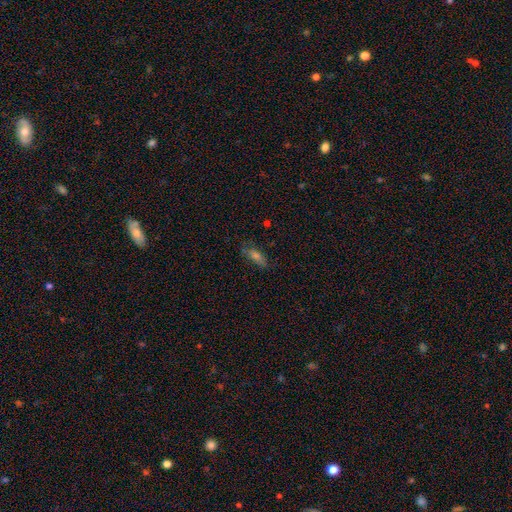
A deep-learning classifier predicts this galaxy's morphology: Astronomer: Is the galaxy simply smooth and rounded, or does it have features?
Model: smooth — 57%.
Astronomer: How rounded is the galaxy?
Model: in between — 55% (runner-up: cigar-shaped, 41%).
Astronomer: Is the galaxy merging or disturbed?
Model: none — 75%.